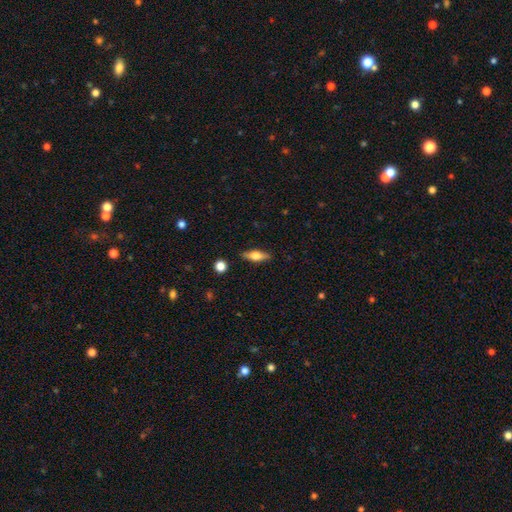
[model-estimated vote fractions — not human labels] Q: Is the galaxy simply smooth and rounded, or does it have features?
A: featured or disk — 47%.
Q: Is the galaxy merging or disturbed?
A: none — 86%.